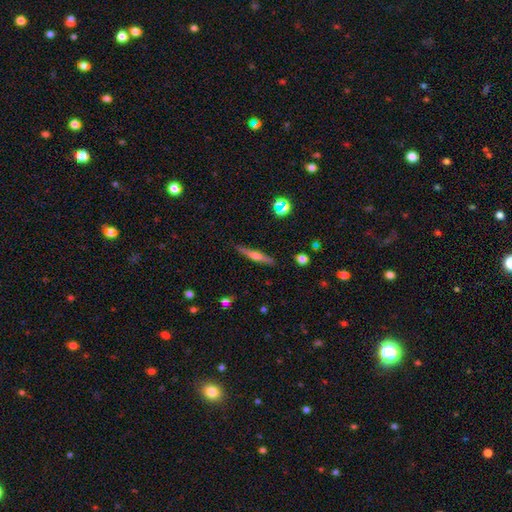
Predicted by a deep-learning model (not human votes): smooth_or_featured: featured or disk (p=0.59) [alt: smooth p=0.33]
disk_edge_on: yes (p=0.97) [alt: no p=0.03]
edge_on_bulge: rounded (p=0.78) [alt: boxy p=0.13]
merging: none (p=0.89) [alt: minor disturbance p=0.08]